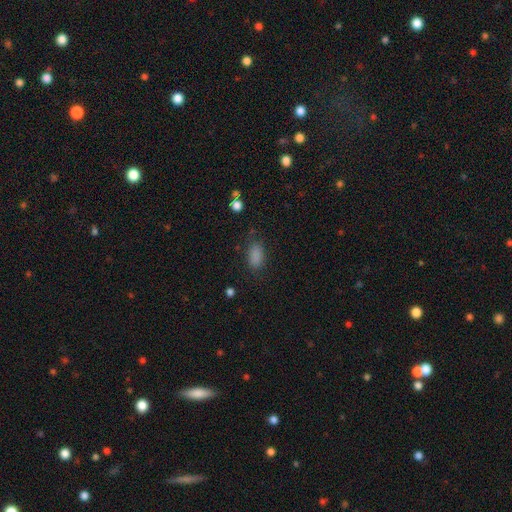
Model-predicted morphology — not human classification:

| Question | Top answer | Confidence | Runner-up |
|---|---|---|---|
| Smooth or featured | smooth | 85% | star or artifact (11%) |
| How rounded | in between | 90% | round (6%) |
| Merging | none | 74% | minor disturbance (18%) |